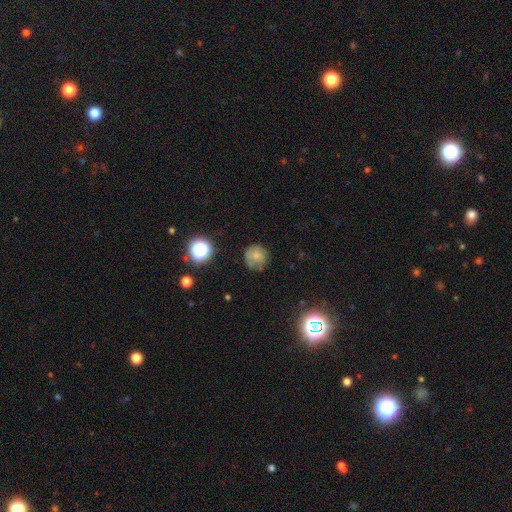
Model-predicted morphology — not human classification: Overall: smooth (72%). How rounded: round (90%). Merging: none (70%).